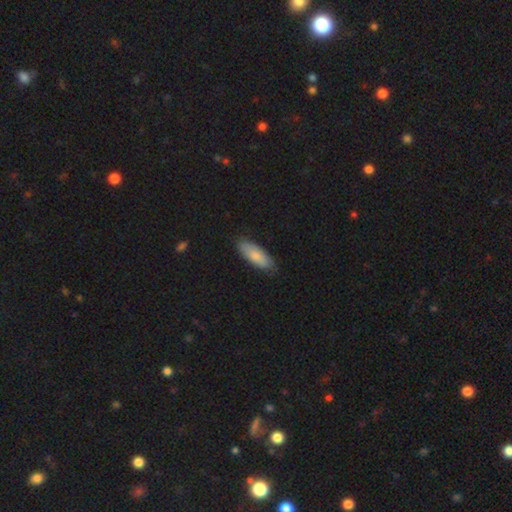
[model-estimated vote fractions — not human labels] Overall: smooth (81%). How rounded: in between (71%). Merging: none (81%).